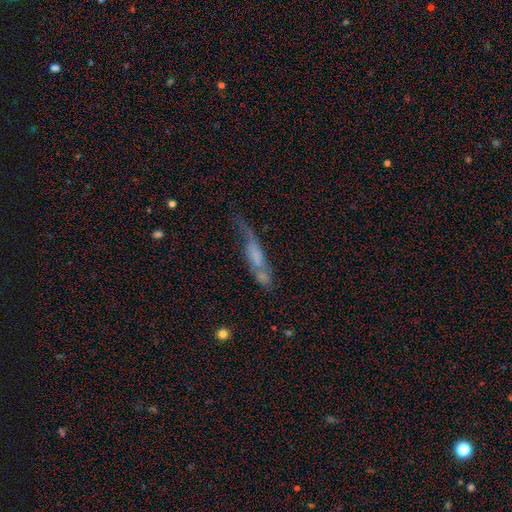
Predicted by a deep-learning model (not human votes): Q: Smooth or featured?
A: featured or disk (48%); runner-up: smooth (42%)
Q: Merging?
A: none (32%); runner-up: major disturbance (24%)